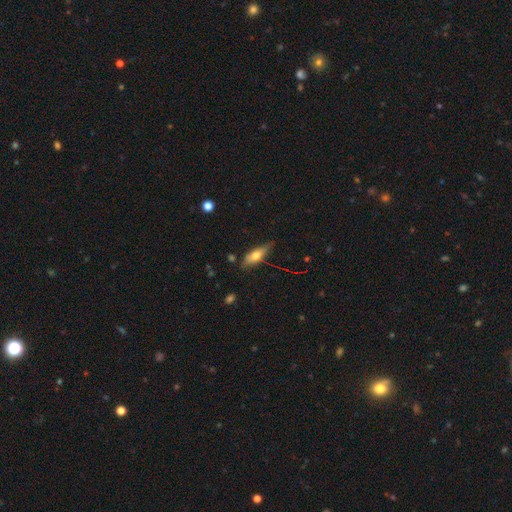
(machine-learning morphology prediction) The model was most divided on "how rounded": in between: 53%, cigar-shaped: 44%, round: 3%. More confident: merging — none (71%); smooth or featured — smooth (56%).